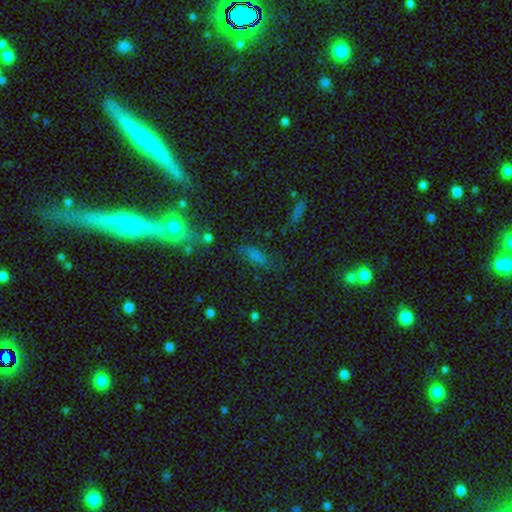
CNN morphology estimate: A smooth galaxy with no disk features (67%) that is in between round and cigar-shaped (69%). Merging: none (64%).